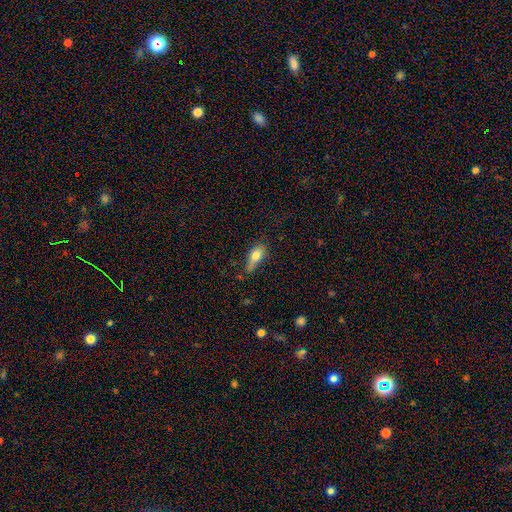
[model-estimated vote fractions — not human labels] A smooth galaxy with no disk features (75%) that is in between round and cigar-shaped (76%).

Vote fractions:
- Smooth or featured? smooth: 75% / featured or disk: 18% / star or artifact: 8%
- How rounded? in between: 76% / cigar-shaped: 20% / round: 5%
- Merging? none: 48% / minor disturbance: 36% / major disturbance: 12% / merger: 4%